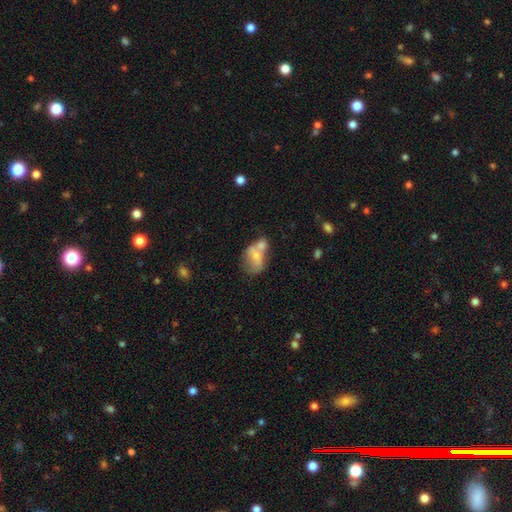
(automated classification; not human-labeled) Q: Smooth or featured?
A: smooth (59%); runner-up: featured or disk (32%)
Q: How rounded?
A: in between (78%); runner-up: round (21%)
Q: Merging?
A: merger (56%); runner-up: none (19%)